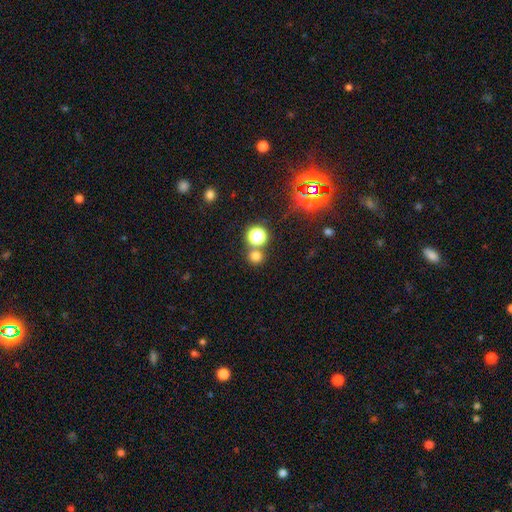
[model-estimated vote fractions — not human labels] smooth 68%, star or artifact 26%, featured or disk 6%. Down the decision tree: how rounded — round (91%); merging — none (73%).